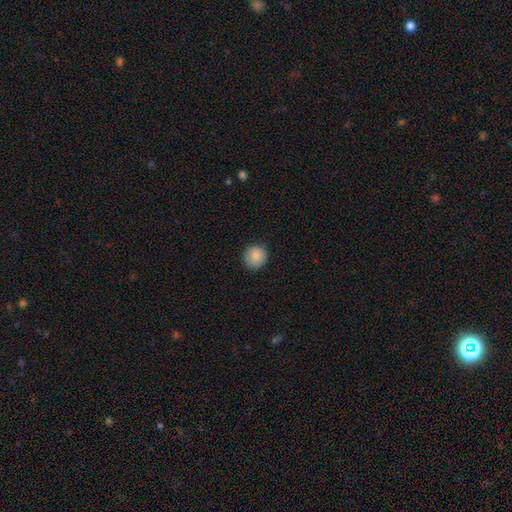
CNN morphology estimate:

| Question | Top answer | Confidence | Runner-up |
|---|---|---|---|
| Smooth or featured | smooth | 85% | star or artifact (8%) |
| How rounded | round | 91% | in between (8%) |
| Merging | none | 86% | minor disturbance (10%) |